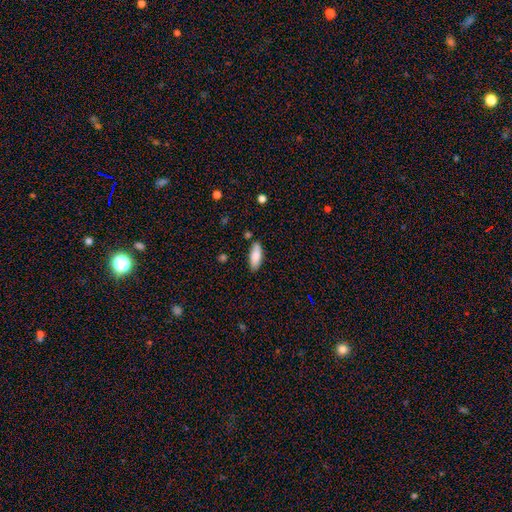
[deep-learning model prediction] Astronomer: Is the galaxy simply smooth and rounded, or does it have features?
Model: smooth — 85%.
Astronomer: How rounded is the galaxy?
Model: in between — 72%.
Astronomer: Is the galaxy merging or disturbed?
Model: none — 83%.